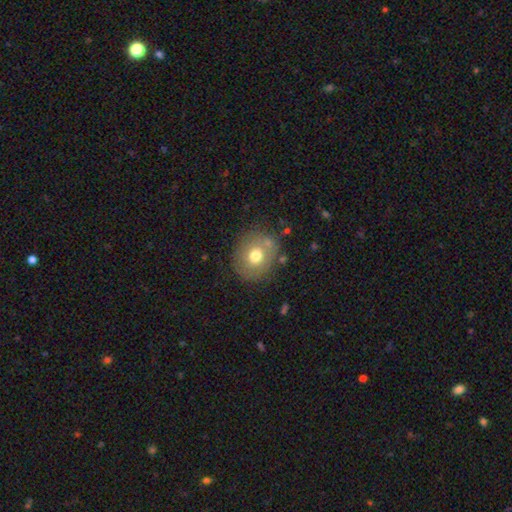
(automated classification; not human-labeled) The model was most divided on "smooth or featured": smooth: 68%, featured or disk: 21%, star or artifact: 11%. More confident: merging — none (79%); how rounded — round (77%).